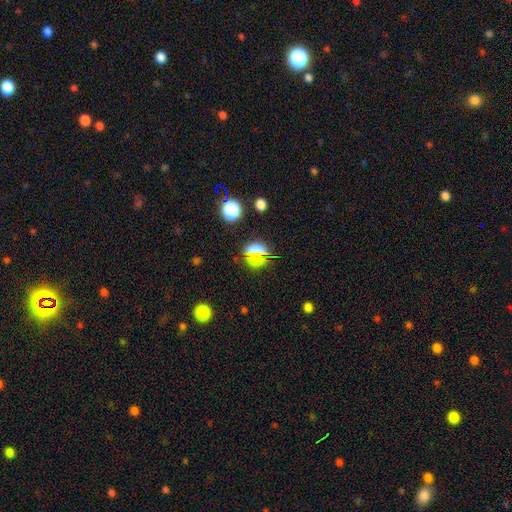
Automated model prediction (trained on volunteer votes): A star or artifact, not a galaxy (53%).